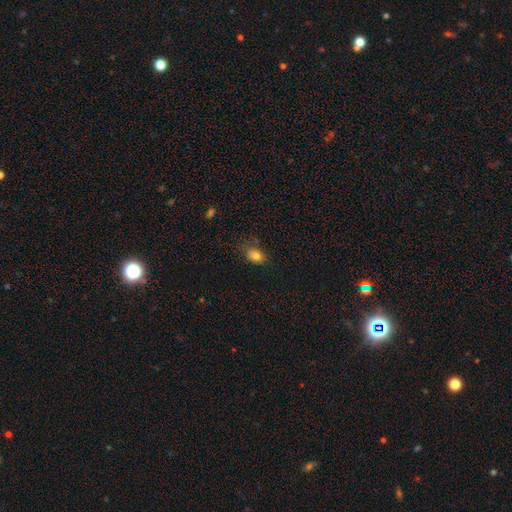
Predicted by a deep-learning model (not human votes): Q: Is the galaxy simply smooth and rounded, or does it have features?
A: smooth — 82%.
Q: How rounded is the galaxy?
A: in between — 79%.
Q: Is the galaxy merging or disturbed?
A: none — 69%.